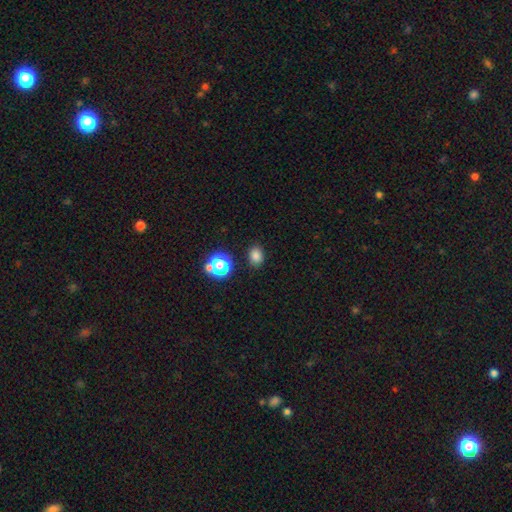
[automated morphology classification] smooth-or-featured: smooth: 79% | star or artifact: 16% | featured or disk: 5%
  how-rounded: in between: 53% | round: 46% | cigar-shaped: 1%
  merging: none: 86% | minor disturbance: 9% | major disturbance: 3% | merger: 3%